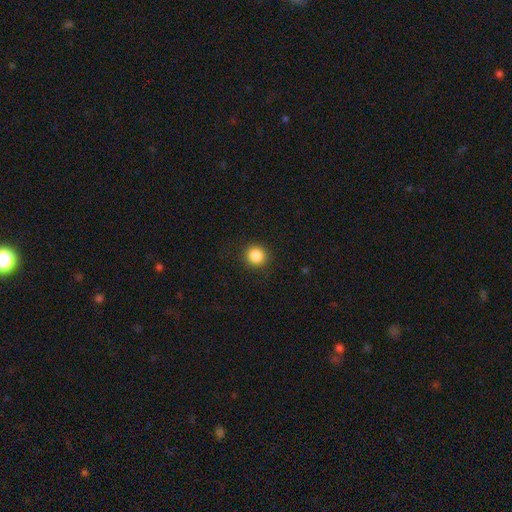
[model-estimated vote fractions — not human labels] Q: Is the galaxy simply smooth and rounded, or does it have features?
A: smooth — 86%.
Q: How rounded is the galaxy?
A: round — 93%.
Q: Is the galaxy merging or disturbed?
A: none — 91%.